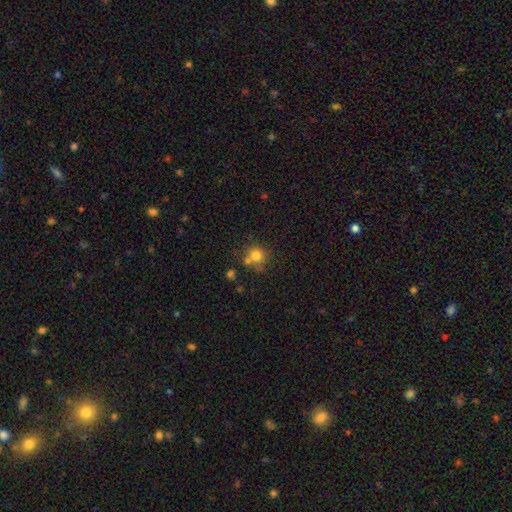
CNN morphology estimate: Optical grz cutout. It shows a smooth galaxy with no disk features (78%) that is round (88%). Merging: none (60%).